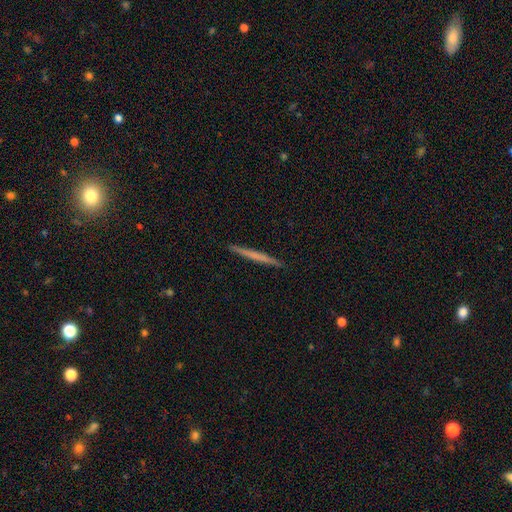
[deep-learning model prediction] Smooth or featured: smooth — 53% (featured or disk — 42%)
How rounded: cigar-shaped — 97% (in between — 2%)
Merging: none — 92% (minor disturbance — 5%)